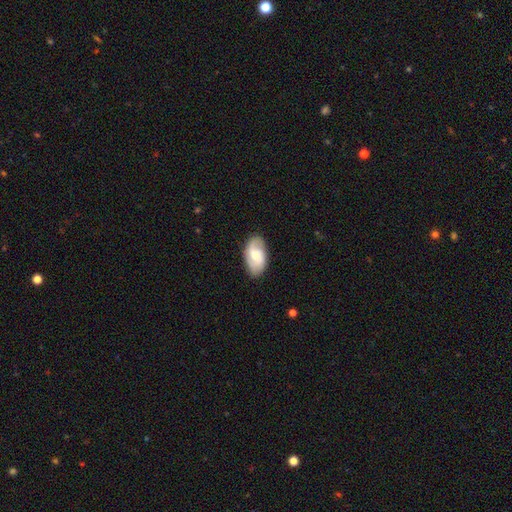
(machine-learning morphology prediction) The model was most divided on "bar": weak: 47%, no: 44%, strong: 10%. Remaining: edge-on disk — no (95%); spiral arms — yes (88%); merging — none (80%); smooth or featured — featured or disk (54%); bulge size — moderate (47%).